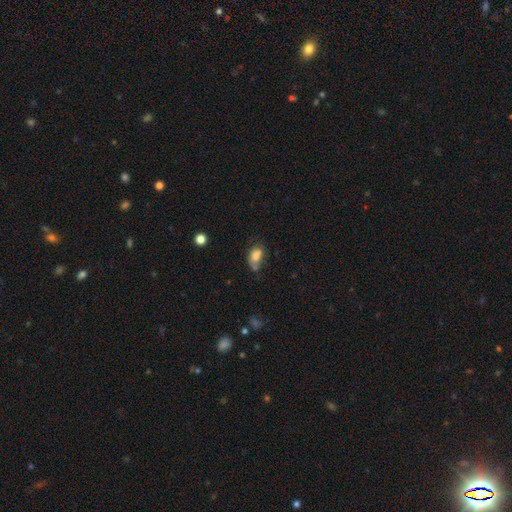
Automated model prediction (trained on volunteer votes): smooth-or-featured: smooth: 75% | featured or disk: 15% | star or artifact: 10%
  how-rounded: in between: 84% | round: 14% | cigar-shaped: 2%
  merging: none: 39% | minor disturbance: 31% | major disturbance: 16% | merger: 15%